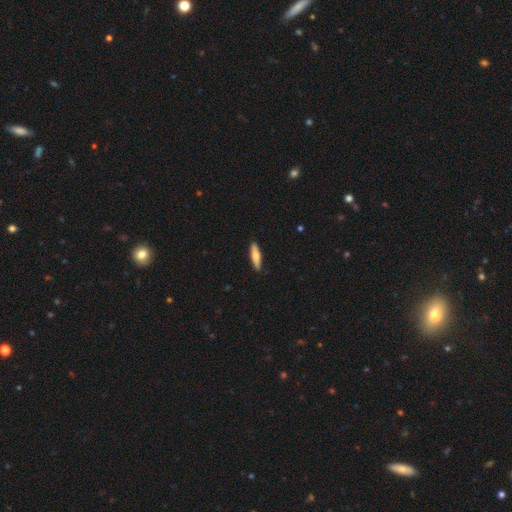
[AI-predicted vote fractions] Overall: smooth (62%; featured or disk 32%). How rounded: cigar-shaped (74%). Merging: none (90%).